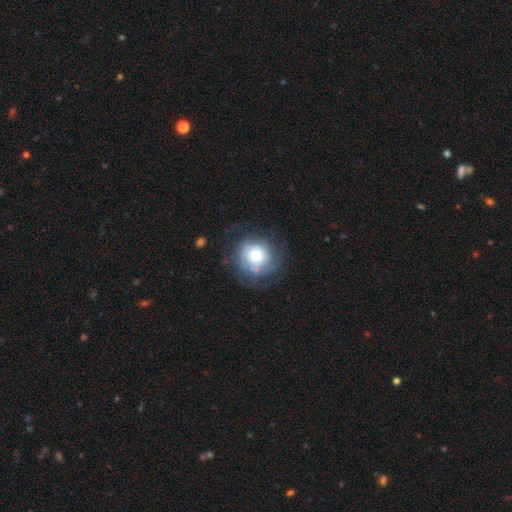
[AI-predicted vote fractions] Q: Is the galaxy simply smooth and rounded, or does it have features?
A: smooth — 53%.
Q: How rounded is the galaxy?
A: round — 86%.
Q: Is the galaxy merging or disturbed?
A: none — 62%.